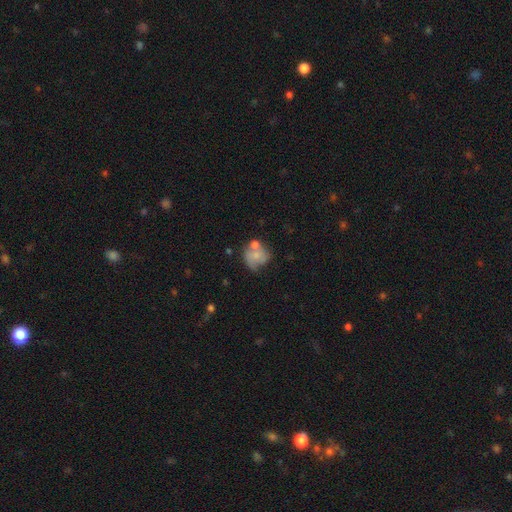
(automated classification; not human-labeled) Smooth or featured?
  - smooth: 58% *
  - featured or disk: 33%
  - star or artifact: 9%
How rounded?
  - round: 70% *
  - in between: 29%
  - cigar-shaped: 1%
Merging?
  - none: 36% *
  - merger: 29%
  - minor disturbance: 22%
  - major disturbance: 13%